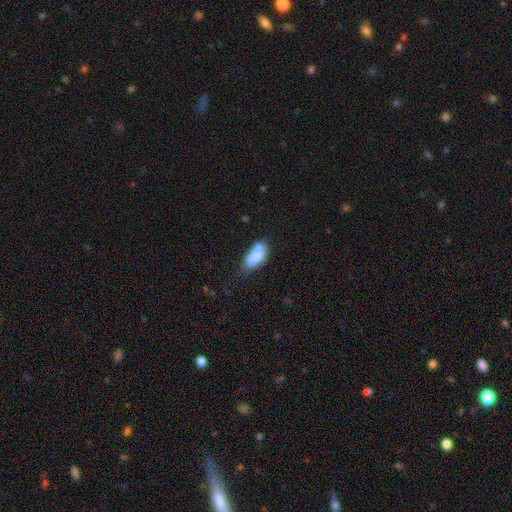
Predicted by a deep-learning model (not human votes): This appears to be a smooth galaxy with no disk features (71%) that is in between round and cigar-shaped (89%). Merging: none (41%).